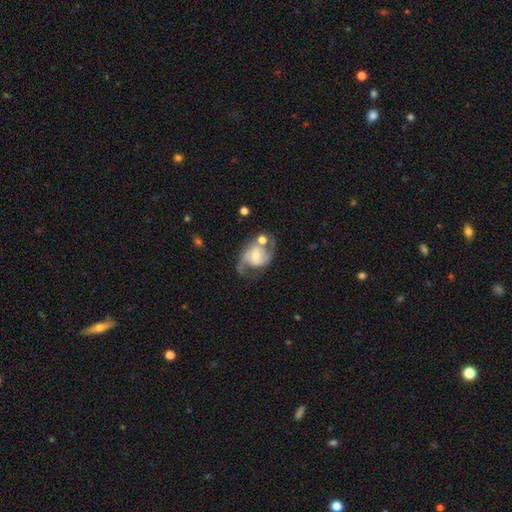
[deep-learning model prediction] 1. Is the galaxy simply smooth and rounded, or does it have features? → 82% featured or disk, 12% smooth, 6% star or artifact.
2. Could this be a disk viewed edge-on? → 97% no, 3% yes.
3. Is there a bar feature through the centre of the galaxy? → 52% no, 38% weak, 10% strong.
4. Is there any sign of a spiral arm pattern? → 93% yes, 7% no.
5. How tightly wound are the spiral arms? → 49% medium, 34% loose, 17% tight.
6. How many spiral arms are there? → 86% 2, 6% can't tell, 4% 1, 2% 3, 1% 4, 1% more than 4.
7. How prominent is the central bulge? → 52% moderate, 39% small, 5% large, 2% none, 1% dominant.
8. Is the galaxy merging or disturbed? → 49% none, 20% minor disturbance, 17% major disturbance, 14% merger.